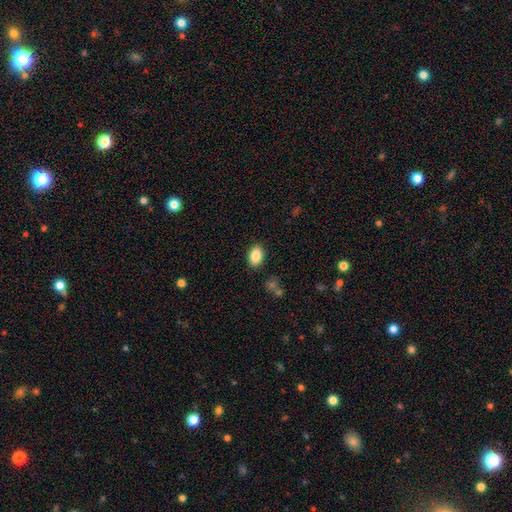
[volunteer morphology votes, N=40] Smooth or featured: smooth — 90% (featured or disk — 5%)
How rounded: in between — 97% (cigar-shaped — 3%)
Merging: none — 84% (minor disturbance — 13%)